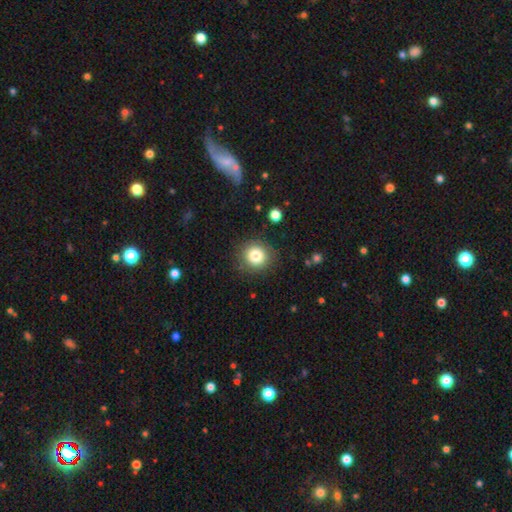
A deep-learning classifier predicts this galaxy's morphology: smooth 80%, star or artifact 11%, featured or disk 8%. Down the decision tree: how rounded — round (90%); merging — none (87%).